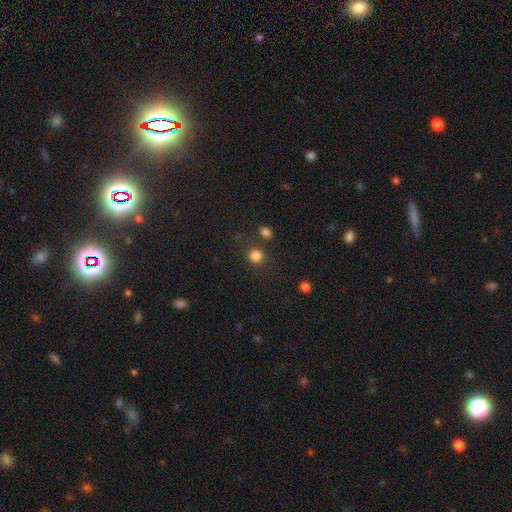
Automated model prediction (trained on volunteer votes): Smooth or featured?
  - smooth: 83% *
  - star or artifact: 13%
  - featured or disk: 4%
How rounded?
  - round: 89% *
  - in between: 10%
  - cigar-shaped: 1%
Merging?
  - none: 81% *
  - minor disturbance: 8%
  - merger: 7%
  - major disturbance: 4%